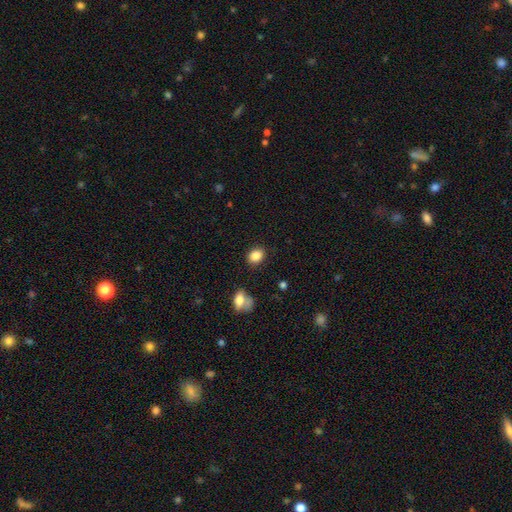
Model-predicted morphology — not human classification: smooth-or-featured: smooth: 86% | star or artifact: 9% | featured or disk: 5%
  how-rounded: round: 51% | in between: 48% | cigar-shaped: 1%
  merging: none: 85% | minor disturbance: 10% | major disturbance: 3% | merger: 2%